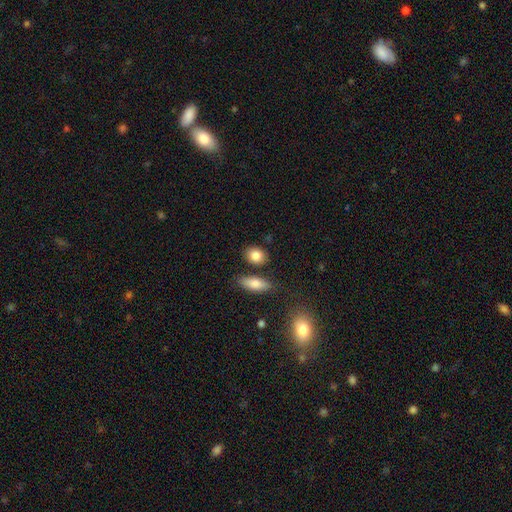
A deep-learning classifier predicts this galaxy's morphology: smooth_or_featured: smooth (p=0.85) [alt: star or artifact p=0.08]
how_rounded: in between (p=0.58) [alt: round p=0.39]
merging: none (p=0.77) [alt: minor disturbance p=0.11]